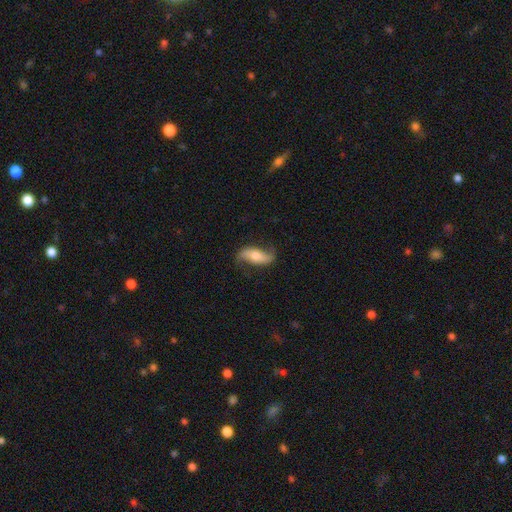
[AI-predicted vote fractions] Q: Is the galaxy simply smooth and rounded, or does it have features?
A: featured or disk — 63%.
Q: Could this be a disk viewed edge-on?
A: no — 86%.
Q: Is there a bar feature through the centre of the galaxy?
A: no — 48%.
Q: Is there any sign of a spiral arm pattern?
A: yes — 90%.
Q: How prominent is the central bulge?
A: moderate — 54%.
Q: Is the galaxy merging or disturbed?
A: none — 74%.